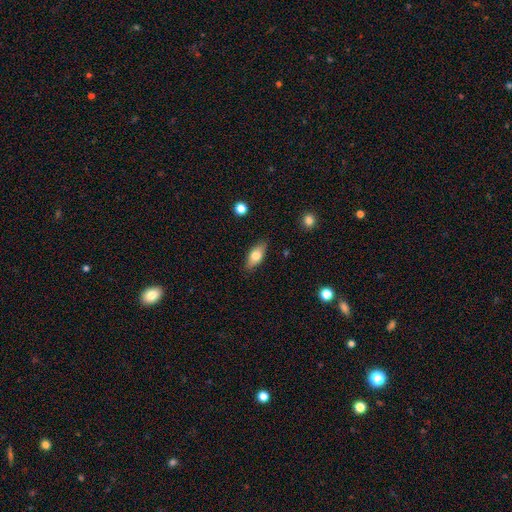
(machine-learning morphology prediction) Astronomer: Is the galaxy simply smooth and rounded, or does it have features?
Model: smooth — 72%.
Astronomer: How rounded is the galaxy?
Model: in between — 82%.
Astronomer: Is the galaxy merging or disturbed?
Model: none — 85%.